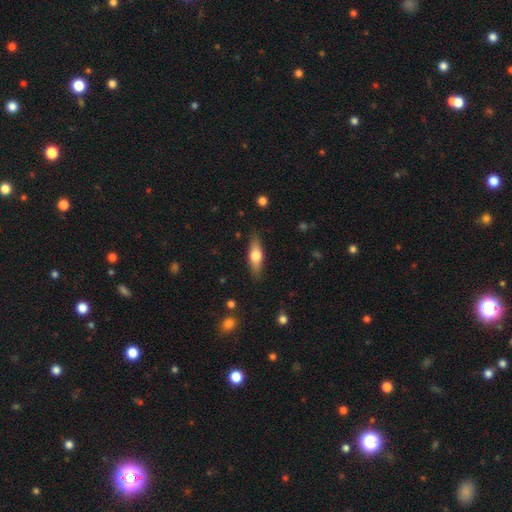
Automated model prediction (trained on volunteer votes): smooth 55%, featured or disk 39%, star or artifact 6%. Down the decision tree: how rounded — in between (51%); merging — none (86%).